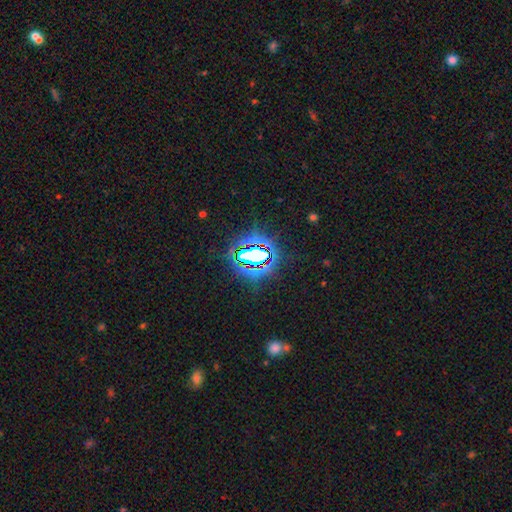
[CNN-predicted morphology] This is likely a star or artifact rather than a galaxy (75%).